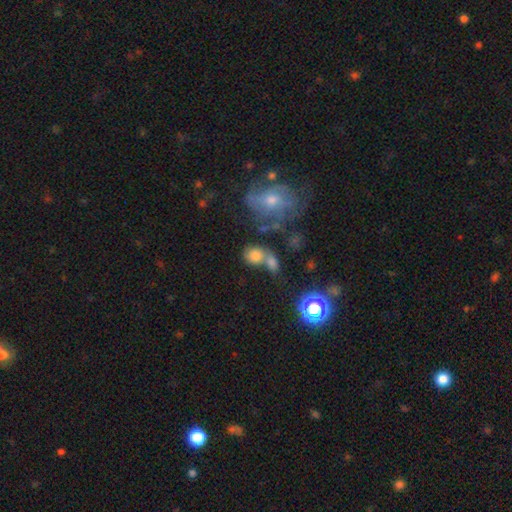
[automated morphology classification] Smooth or featured? smooth (70%)
How rounded? round (55%)
Merging? merger (49%)